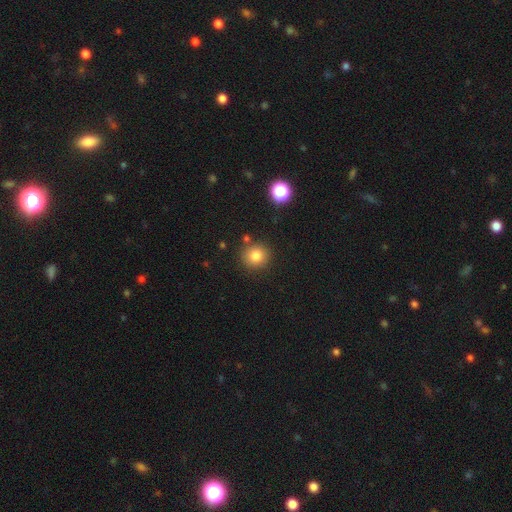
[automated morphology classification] Smooth or featured? Predicted: smooth (p=0.82). How rounded? Predicted: round (p=0.90). Merging? Predicted: none (p=0.85).